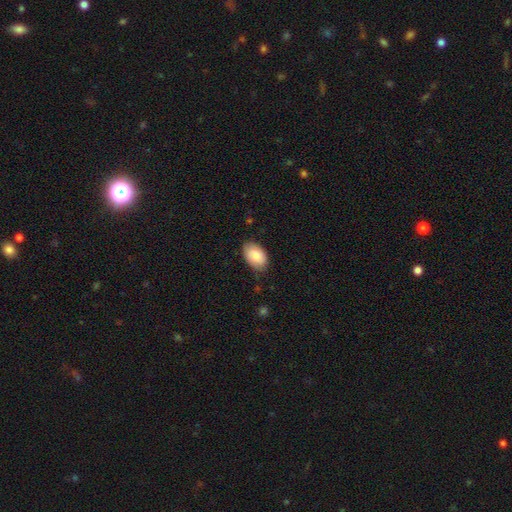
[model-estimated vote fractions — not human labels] smooth 82%, featured or disk 12%, star or artifact 6%. Down the decision tree: how rounded — in between (91%); merging — none (78%).